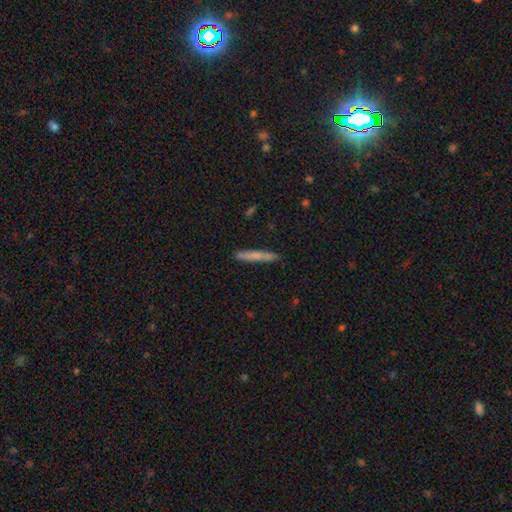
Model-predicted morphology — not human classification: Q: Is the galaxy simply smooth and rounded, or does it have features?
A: smooth — 66%.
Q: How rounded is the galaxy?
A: cigar-shaped — 95%.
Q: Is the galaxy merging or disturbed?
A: none — 88%.